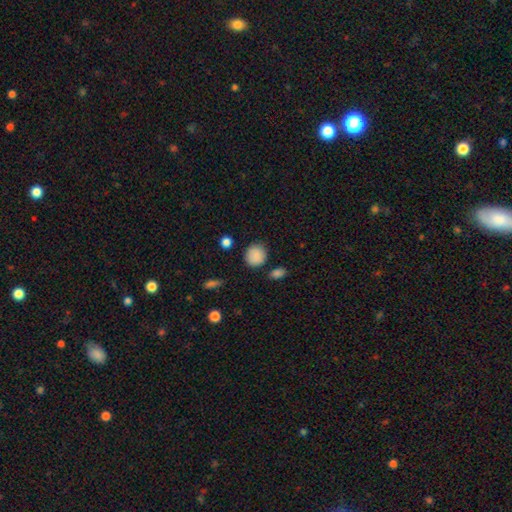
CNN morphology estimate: This appears to be a smooth galaxy with no disk features (87%) that is round (81%). Merging: none (83%).